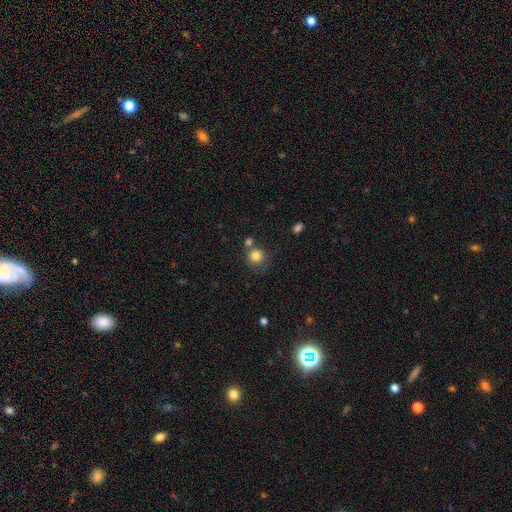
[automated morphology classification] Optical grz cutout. It shows a smooth galaxy with no disk features (82%) that is round (89%). Merging: none (60%).